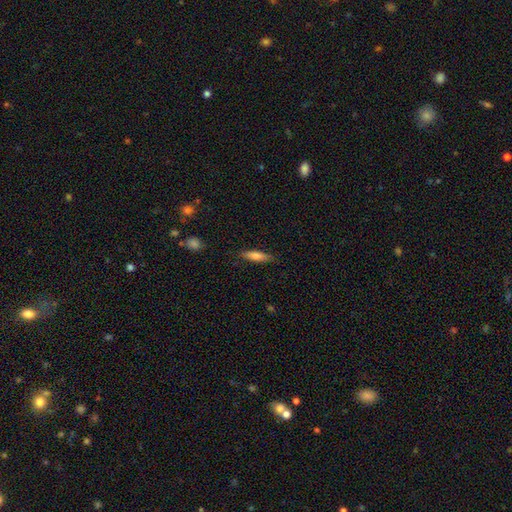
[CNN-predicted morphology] smooth 74%, featured or disk 19%, star or artifact 7%. Down the decision tree: how rounded — cigar-shaped (68%); merging — none (85%).